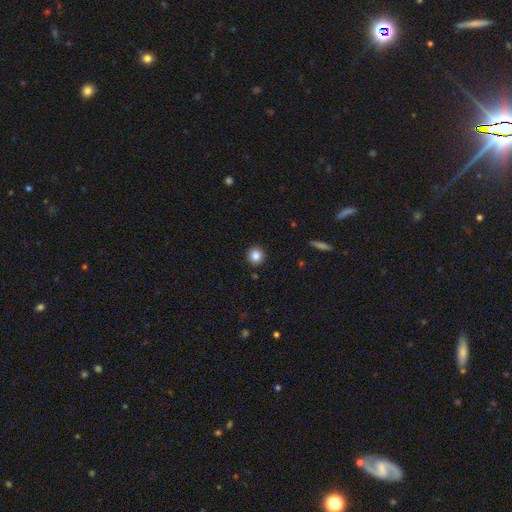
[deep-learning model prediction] The model was most divided on "smooth or featured": smooth: 84%, star or artifact: 10%, featured or disk: 6%. More confident: how rounded — round (94%); merging — none (92%).